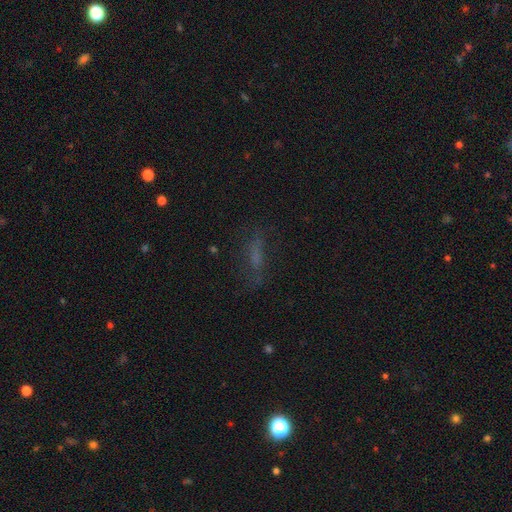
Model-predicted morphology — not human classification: smooth_or_featured: smooth (p=0.46) [alt: featured or disk p=0.29]
merging: none (p=0.62) [alt: minor disturbance p=0.19]